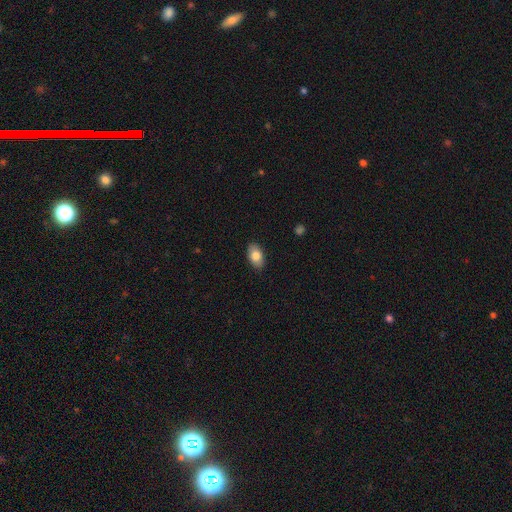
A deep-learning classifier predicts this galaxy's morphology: Smooth or featured?
  - smooth: 81% *
  - featured or disk: 13%
  - star or artifact: 7%
How rounded?
  - in between: 92% *
  - round: 6%
  - cigar-shaped: 2%
Merging?
  - none: 88% *
  - minor disturbance: 9%
  - major disturbance: 2%
  - merger: 1%